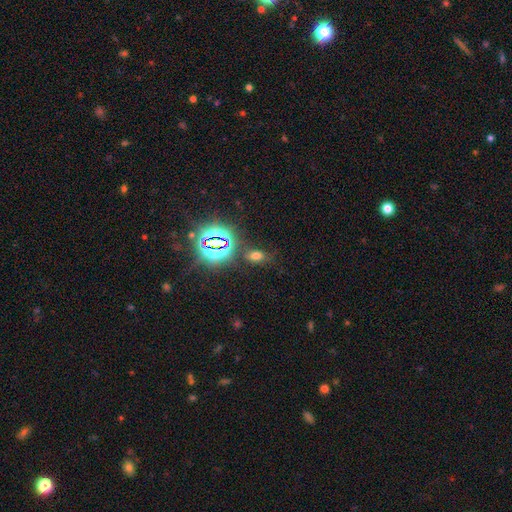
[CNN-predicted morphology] type=smooth (55%); roundness=in between (83%); merging=none (78%).